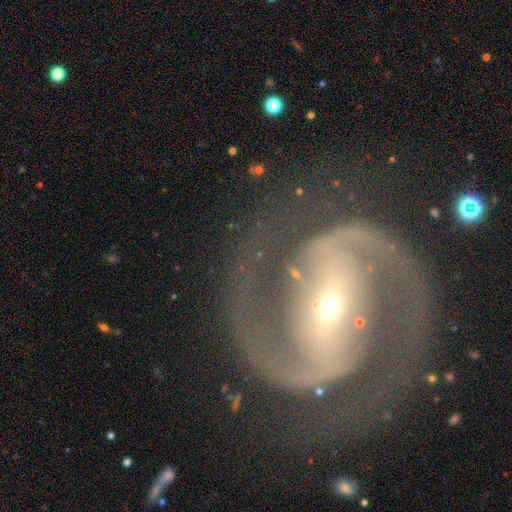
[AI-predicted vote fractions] This appears to be a featured or disk galaxy (93%) with a strong bar (57%), 2 (94%) medium (60%) spiral arms (99%) and a small central bulge (73%). Merging: none (83%).